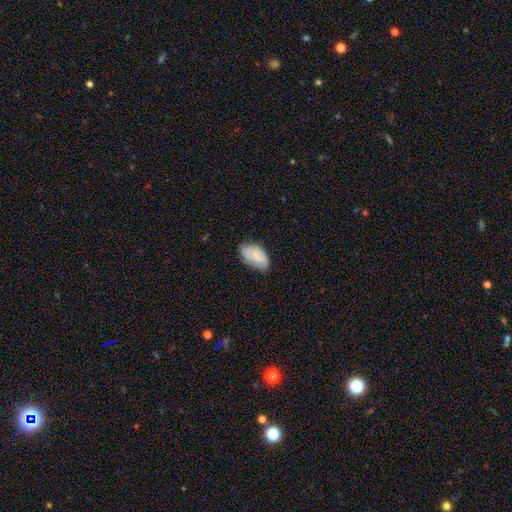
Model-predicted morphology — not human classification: A smooth galaxy with no disk features (68%) that is in between round and cigar-shaped (93%). Merging: none (63%).